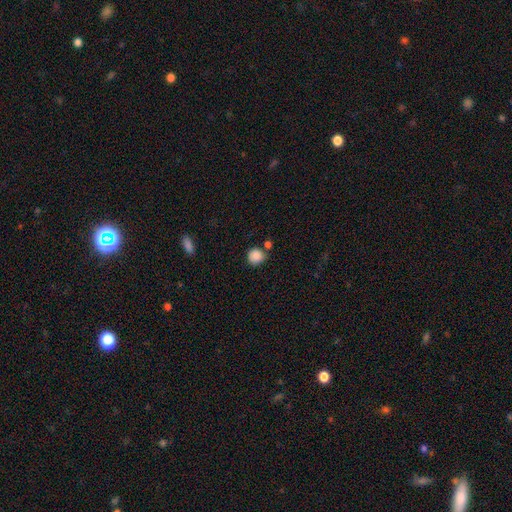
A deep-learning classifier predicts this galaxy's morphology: smooth 87%, star or artifact 9%, featured or disk 4%. Down the decision tree: how rounded — round (89%); merging — none (70%).